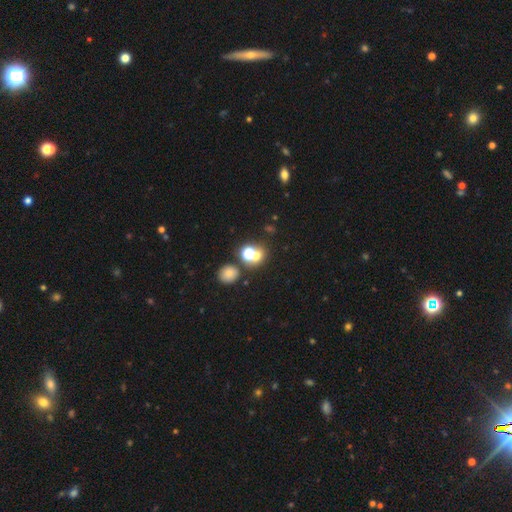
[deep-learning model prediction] smooth_or_featured: smooth (p=0.61) [alt: star or artifact p=0.28]
how_rounded: round (p=0.76) [alt: in between p=0.23]
merging: none (p=0.54) [alt: merger p=0.34]